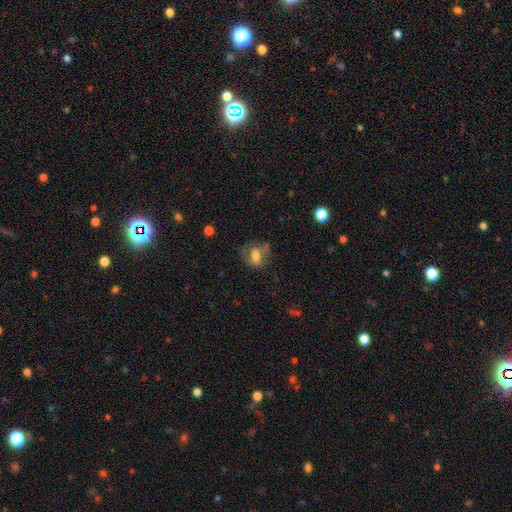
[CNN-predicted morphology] A smooth galaxy with no disk features (57%) that is in between round and cigar-shaped (66%). Merging: none (47%).